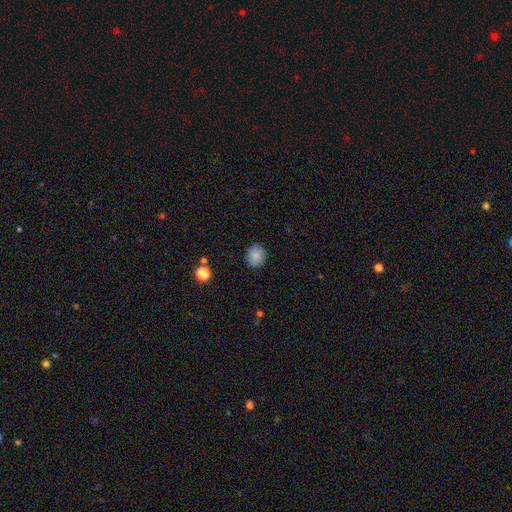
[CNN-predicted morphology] type=smooth (85%); roundness=round (73%); merging=none (87%).